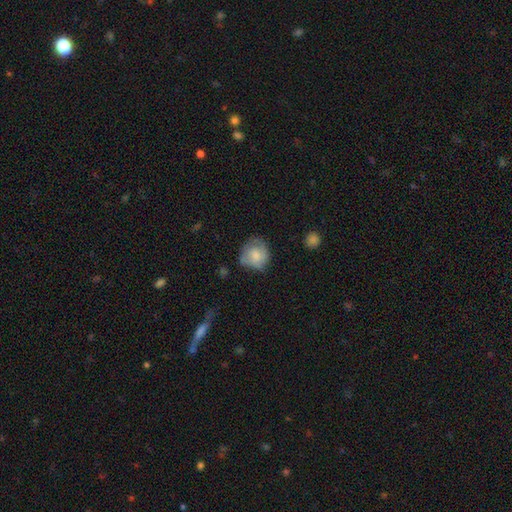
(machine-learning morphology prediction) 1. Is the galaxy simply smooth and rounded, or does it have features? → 68% smooth, 25% featured or disk, 7% star or artifact.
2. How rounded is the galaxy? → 74% round, 25% in between, 1% cigar-shaped.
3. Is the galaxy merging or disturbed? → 51% none, 34% minor disturbance, 12% major disturbance, 3% merger.